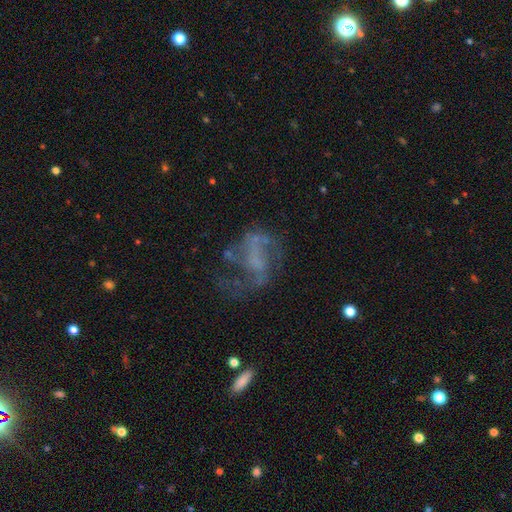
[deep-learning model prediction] smooth-or-featured: featured or disk: 68% | star or artifact: 16% | smooth: 16%
  disk-edge-on: no: 97% | yes: 3%
    bar: no: 55% | weak: 31% | strong: 14%
    has-spiral-arms: yes: 65% | no: 35%
    bulge-size: none: 69% | small: 18% | moderate: 9% | large: 3% | dominant: 1%
  merging: none: 44% | major disturbance: 34% | minor disturbance: 17% | merger: 5%